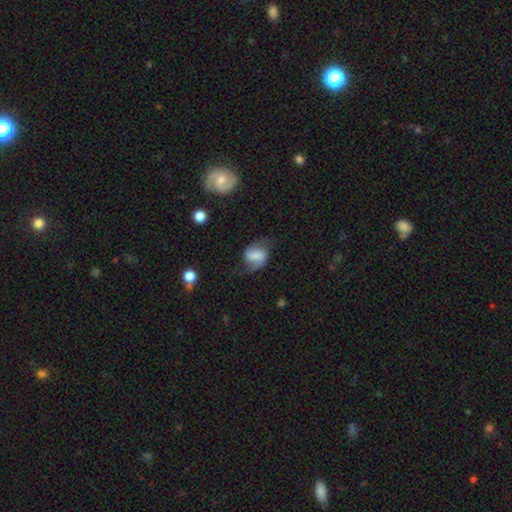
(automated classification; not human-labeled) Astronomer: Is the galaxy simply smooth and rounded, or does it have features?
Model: featured or disk — 56% (runner-up: smooth, 36%).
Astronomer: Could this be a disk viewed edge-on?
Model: no — 97%.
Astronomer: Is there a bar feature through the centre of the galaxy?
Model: weak — 40% (runner-up: strong, 37%).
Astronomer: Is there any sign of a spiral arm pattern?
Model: yes — 88%.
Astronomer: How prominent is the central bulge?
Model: none — 35% (runner-up: small, 20%).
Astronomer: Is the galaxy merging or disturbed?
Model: none — 60%.